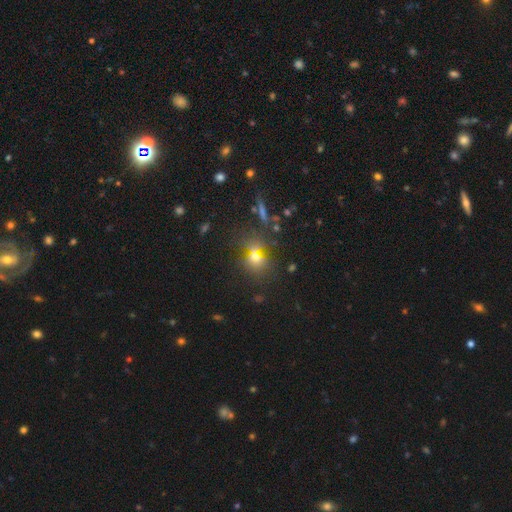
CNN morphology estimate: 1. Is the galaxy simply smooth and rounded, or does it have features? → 56% smooth, 29% star or artifact, 15% featured or disk.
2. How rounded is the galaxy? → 65% round, 32% in between, 4% cigar-shaped.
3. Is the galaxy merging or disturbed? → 63% none, 15% merger, 13% minor disturbance, 9% major disturbance.